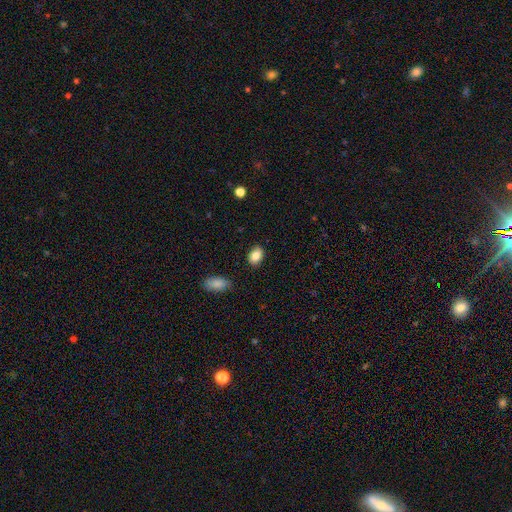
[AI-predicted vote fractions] Overall: smooth (86%). How rounded: in between (79%). Merging: none (87%).